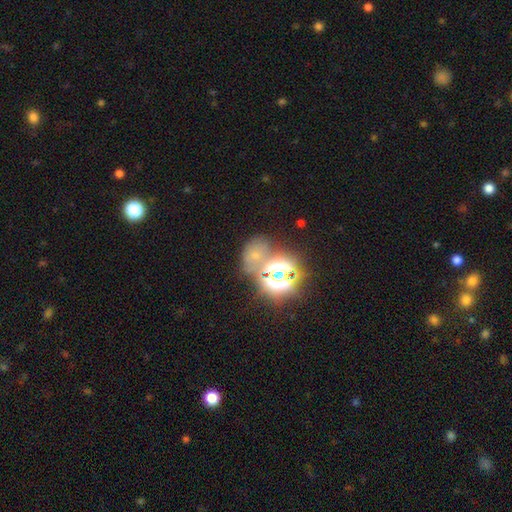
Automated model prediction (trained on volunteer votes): Overall: star or artifact (43%; smooth 41%).